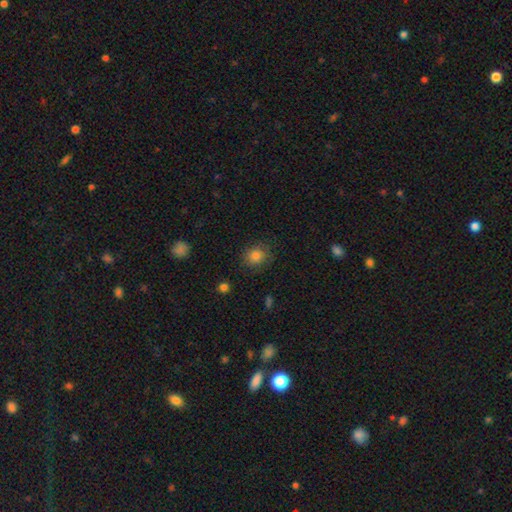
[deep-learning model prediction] smooth_or_featured: smooth (p=0.82) [alt: star or artifact p=0.12]
how_rounded: round (p=0.78) [alt: in between p=0.21]
merging: none (p=0.80) [alt: minor disturbance p=0.14]